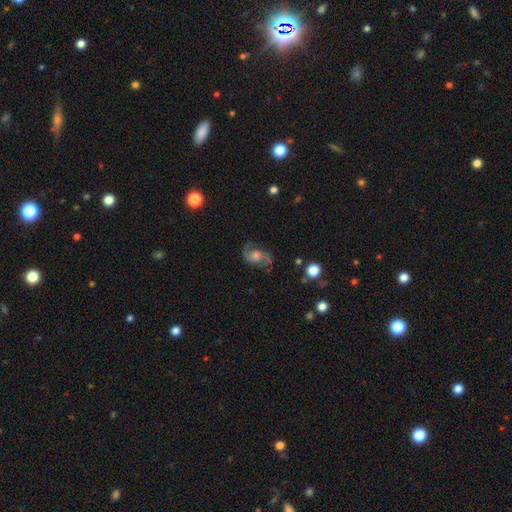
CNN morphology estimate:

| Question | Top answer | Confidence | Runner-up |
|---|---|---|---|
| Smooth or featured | featured or disk | 76% | smooth (14%) |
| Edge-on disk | no | 96% | yes (4%) |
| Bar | no | 60% | weak (34%) |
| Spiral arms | yes | 94% | no (6%) |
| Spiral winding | medium | 50% | loose (34%) |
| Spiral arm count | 2 | 88% | can't tell (5%) |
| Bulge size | moderate | 47% | small (21%) |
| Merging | none | 75% | minor disturbance (15%) |